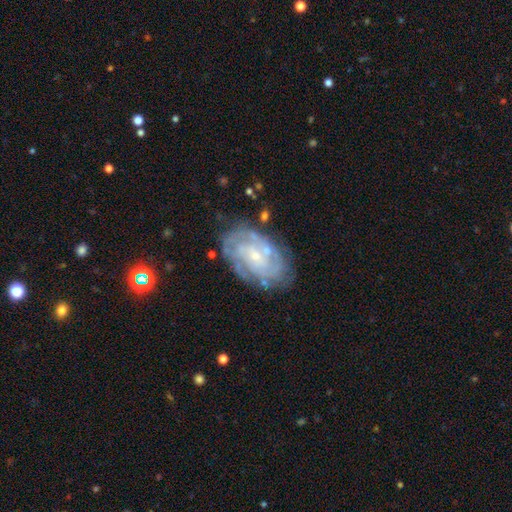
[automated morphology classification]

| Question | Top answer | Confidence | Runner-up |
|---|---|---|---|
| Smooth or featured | featured or disk | 82% | smooth (11%) |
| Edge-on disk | no | 96% | yes (4%) |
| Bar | no | 62% | weak (31%) |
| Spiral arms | yes | 93% | no (7%) |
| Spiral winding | tight | 69% | medium (25%) |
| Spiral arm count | can't tell | 41% | 2 (19%) |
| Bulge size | small | 73% | moderate (20%) |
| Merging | none | 73% | minor disturbance (18%) |